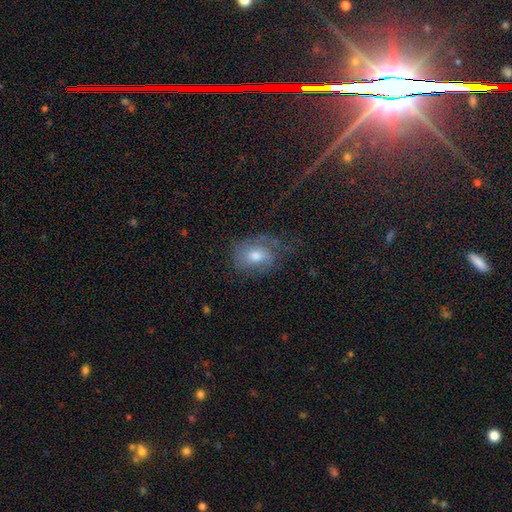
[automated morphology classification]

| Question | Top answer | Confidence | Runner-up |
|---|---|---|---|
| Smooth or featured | smooth | 54% | featured or disk (36%) |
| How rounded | in between | 71% | round (27%) |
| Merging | none | 45% | major disturbance (27%) |